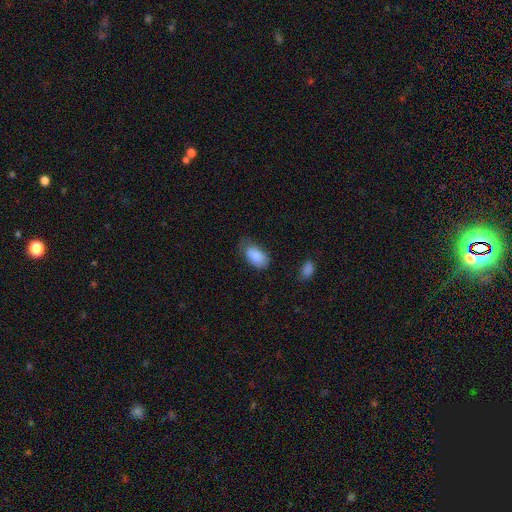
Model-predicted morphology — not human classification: smooth 86%, star or artifact 7%, featured or disk 7%. Down the decision tree: how rounded — in between (94%); merging — none (56%).